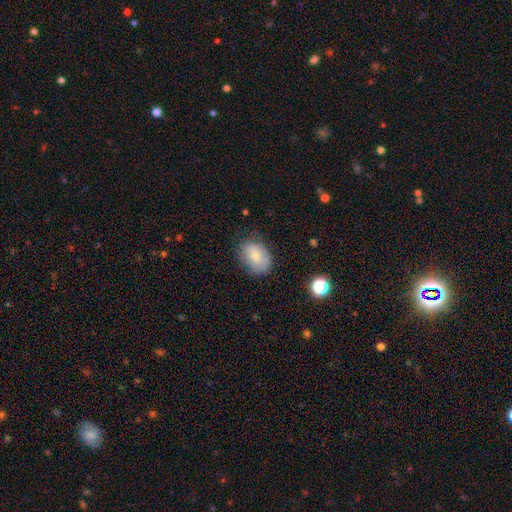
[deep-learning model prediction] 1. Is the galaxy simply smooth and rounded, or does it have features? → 78% smooth, 13% featured or disk, 9% star or artifact.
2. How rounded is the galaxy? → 80% in between, 18% round, 1% cigar-shaped.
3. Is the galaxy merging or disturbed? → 74% none, 19% minor disturbance, 5% major disturbance, 1% merger.